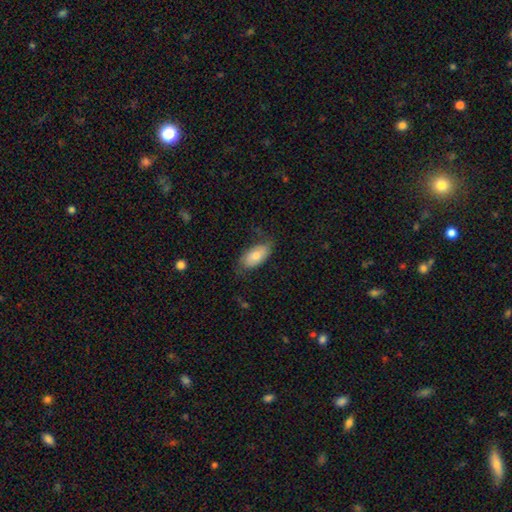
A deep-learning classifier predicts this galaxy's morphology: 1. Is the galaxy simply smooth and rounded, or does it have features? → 72% smooth, 21% featured or disk, 6% star or artifact.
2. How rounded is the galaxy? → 92% in between, 4% cigar-shaped, 3% round.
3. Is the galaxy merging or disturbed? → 62% none, 26% minor disturbance, 10% major disturbance, 1% merger.